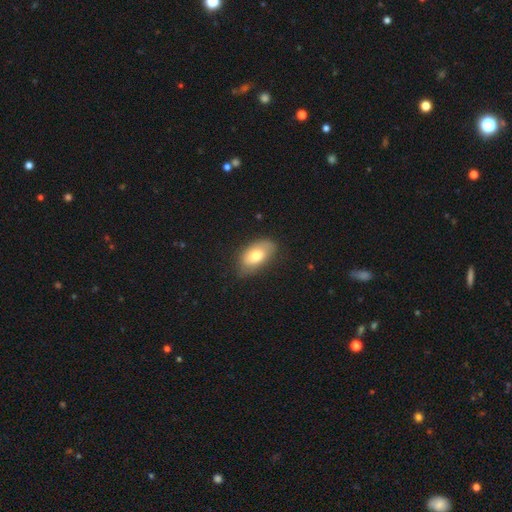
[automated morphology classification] This appears to be a smooth galaxy with no disk features (72%) that is in between round and cigar-shaped (92%). Merging: none (74%).